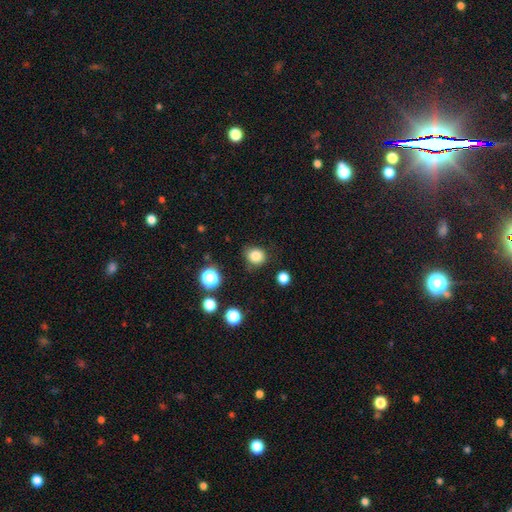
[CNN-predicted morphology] smooth-or-featured: smooth: 83% | star or artifact: 12% | featured or disk: 5%
  how-rounded: round: 76% | in between: 23% | cigar-shaped: 1%
  merging: none: 78% | minor disturbance: 16% | major disturbance: 4% | merger: 2%